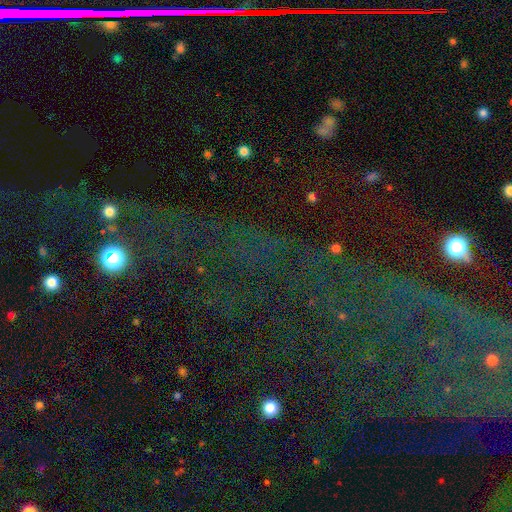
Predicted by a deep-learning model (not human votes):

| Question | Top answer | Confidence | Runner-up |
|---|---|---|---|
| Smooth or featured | star or artifact | 76% | smooth (12%) |